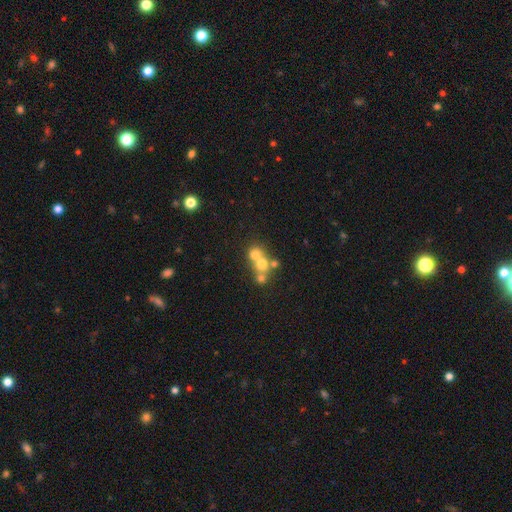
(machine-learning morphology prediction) smooth_or_featured: smooth (p=0.58) [alt: featured or disk p=0.25]
how_rounded: round (p=0.81) [alt: in between p=0.18]
merging: merger (p=0.58) [alt: none p=0.33]